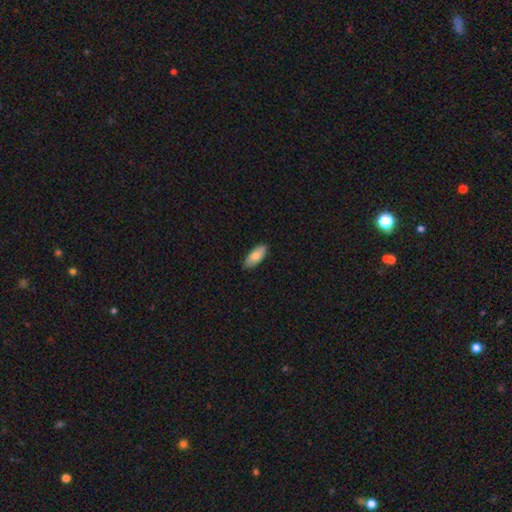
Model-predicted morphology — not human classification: smooth-or-featured: smooth: 81% | featured or disk: 13% | star or artifact: 6%
  how-rounded: in between: 86% | cigar-shaped: 12% | round: 2%
  merging: none: 88% | minor disturbance: 9% | major disturbance: 2% | merger: 1%